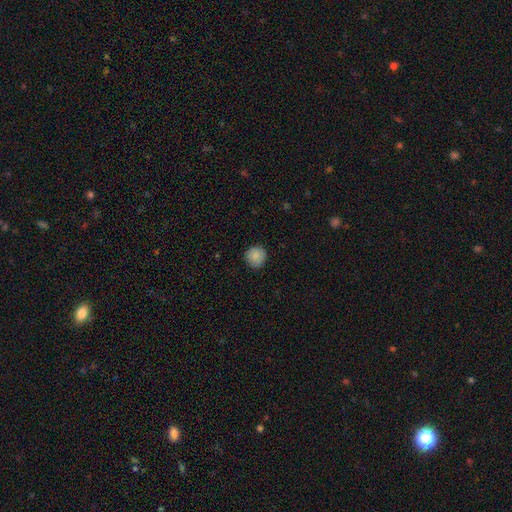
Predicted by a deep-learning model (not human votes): A smooth galaxy with no disk features (87%) that is round (93%). Merging: none (88%).